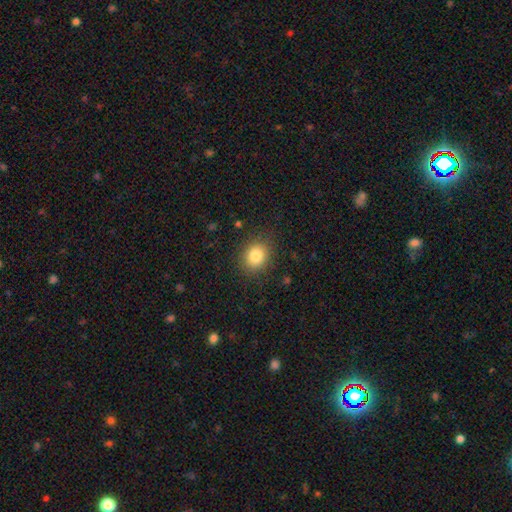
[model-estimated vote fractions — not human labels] This is clearly a smooth galaxy (84%). How rounded: likely round (66%). Merging: clearly none (86%).